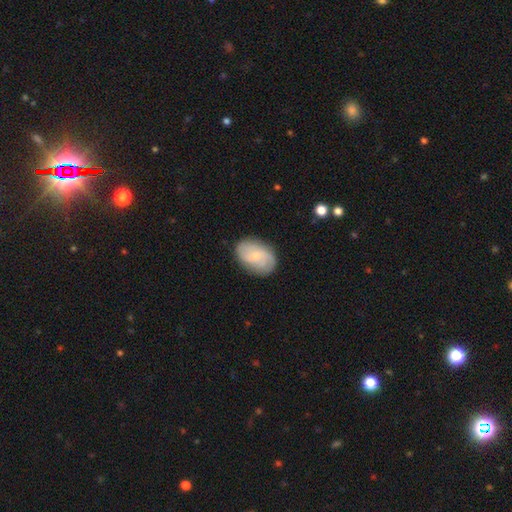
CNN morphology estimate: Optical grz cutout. It shows a smooth galaxy with no disk features (49%). Merging: none (81%).